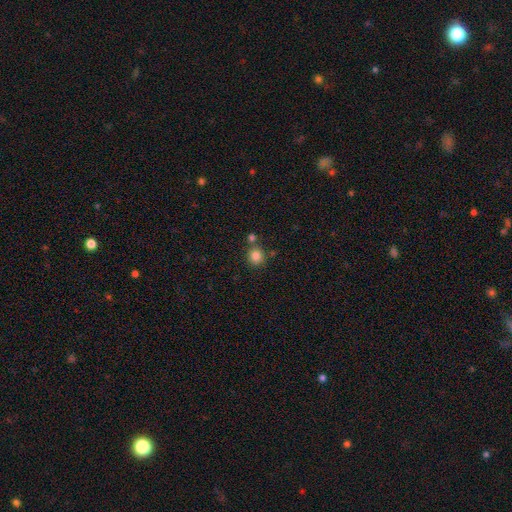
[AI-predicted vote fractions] smooth-or-featured: smooth: 84% | star or artifact: 11% | featured or disk: 5%
  how-rounded: round: 86% | in between: 13% | cigar-shaped: 1%
  merging: none: 73% | merger: 15% | minor disturbance: 9% | major disturbance: 3%